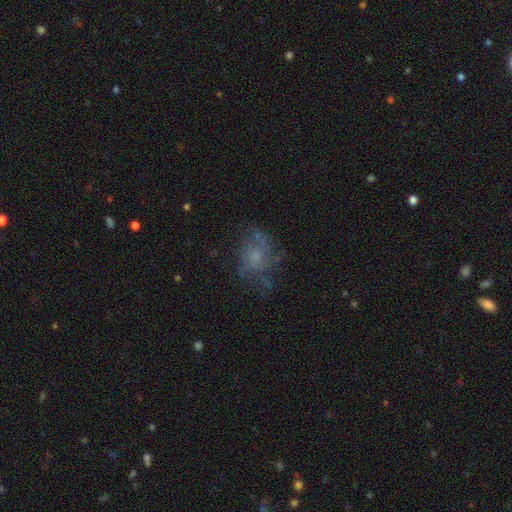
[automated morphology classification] Q: Smooth or featured?
A: featured or disk (42%); runner-up: smooth (40%)
Q: Merging?
A: none (55%); runner-up: major disturbance (22%)